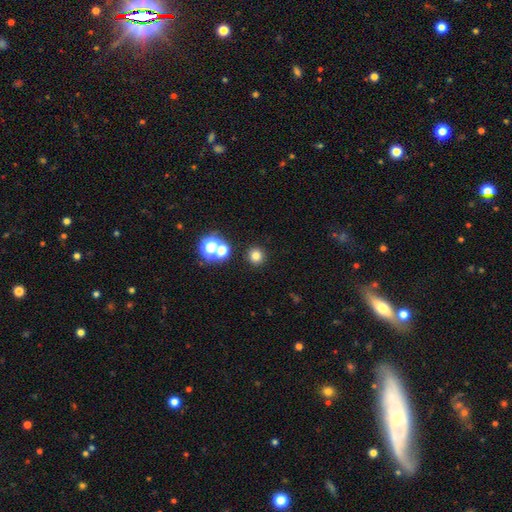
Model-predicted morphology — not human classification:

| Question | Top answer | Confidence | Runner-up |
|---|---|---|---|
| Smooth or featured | smooth | 75% | star or artifact (19%) |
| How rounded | round | 93% | in between (6%) |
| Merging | none | 86% | merger (6%) |